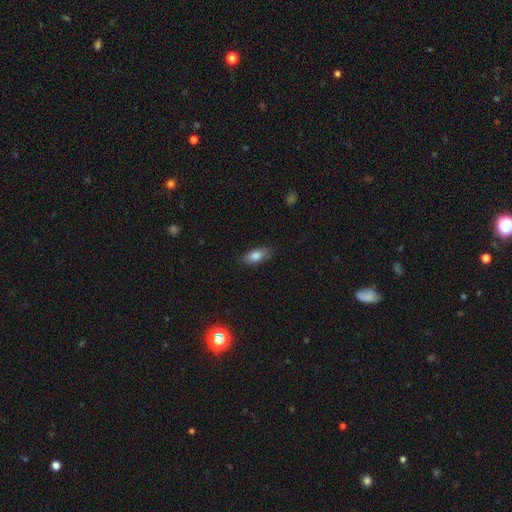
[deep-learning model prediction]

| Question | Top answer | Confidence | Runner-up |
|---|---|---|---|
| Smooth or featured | smooth | 82% | featured or disk (11%) |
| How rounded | in between | 85% | cigar-shaped (11%) |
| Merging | none | 85% | minor disturbance (12%) |